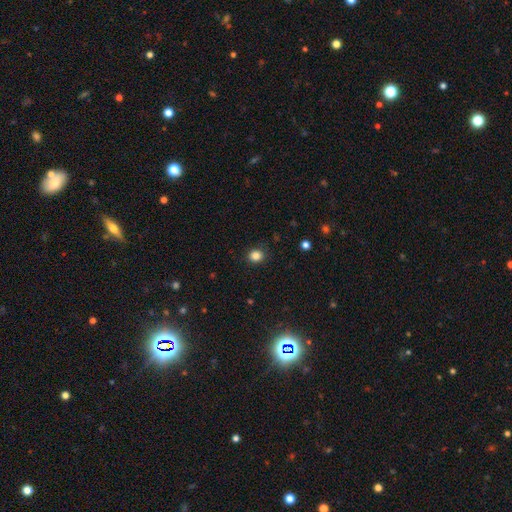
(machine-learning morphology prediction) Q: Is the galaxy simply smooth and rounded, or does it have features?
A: smooth — 84%.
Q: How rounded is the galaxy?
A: round — 85%.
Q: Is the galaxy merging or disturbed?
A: none — 90%.